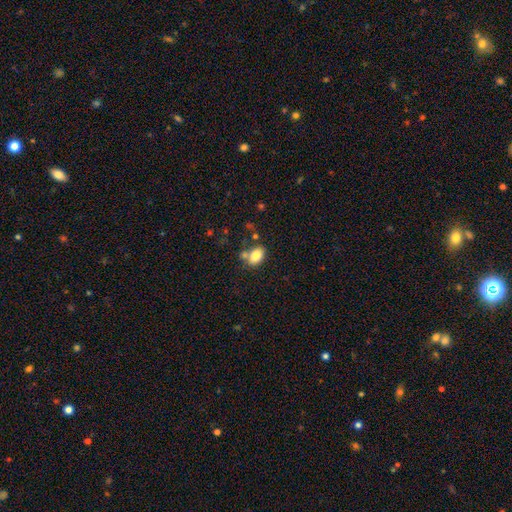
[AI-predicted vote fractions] smooth-or-featured: smooth: 81% | featured or disk: 10% | star or artifact: 9%
  how-rounded: in between: 83% | round: 15% | cigar-shaped: 1%
  merging: none: 61% | merger: 19% | minor disturbance: 16% | major disturbance: 5%